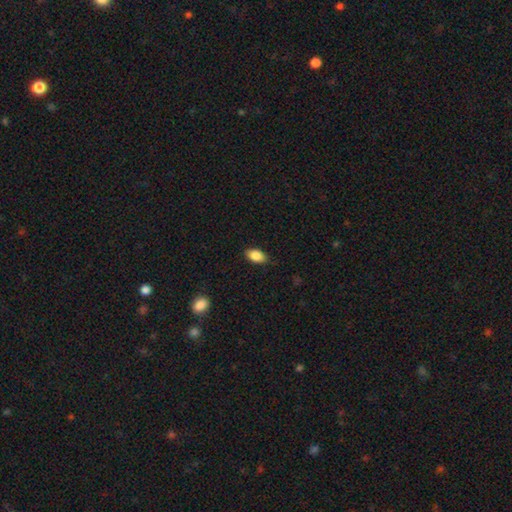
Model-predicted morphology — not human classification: A smooth galaxy with no disk features (88%) that is in between round and cigar-shaped (91%). Merging: none (83%).